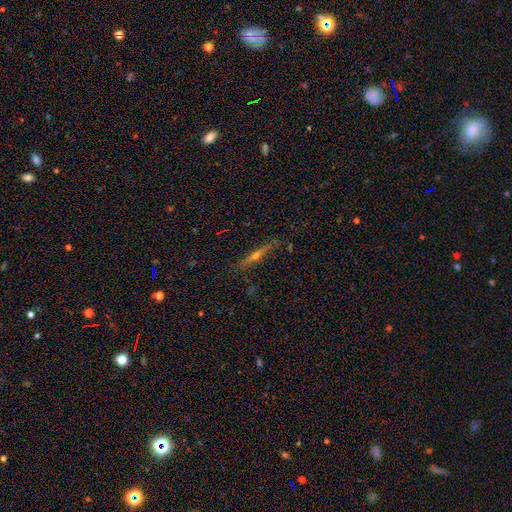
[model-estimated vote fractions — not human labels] featured or disk 65%, smooth 27%, star or artifact 9%. Down the decision tree: edge-on disk — yes (95%); edge-on bulge — rounded (89%); merging — none (83%).